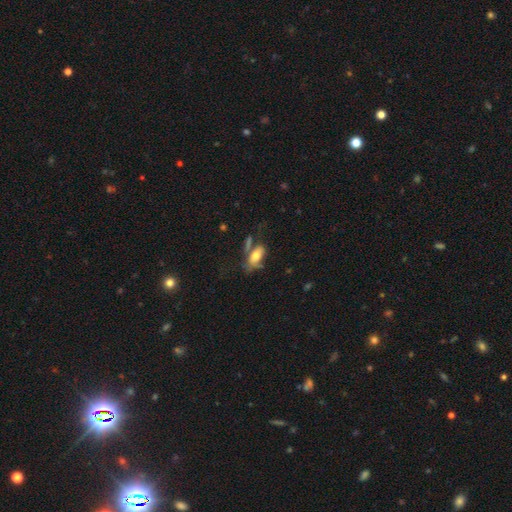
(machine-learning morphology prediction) Smooth or featured? smooth (61%)
How rounded? in between (86%)
Merging? none (36%)